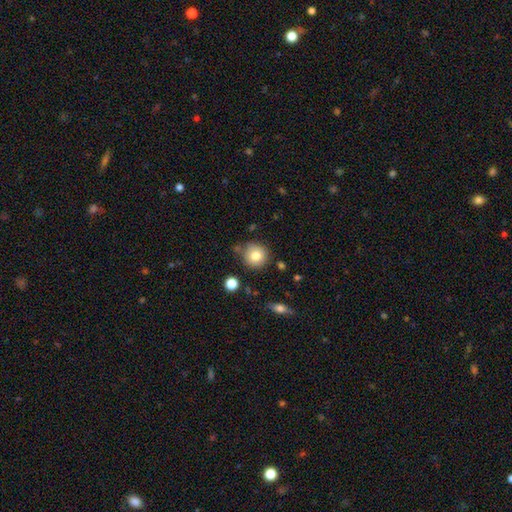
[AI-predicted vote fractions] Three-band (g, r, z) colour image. It shows a smooth galaxy with no disk features (79%) that is round (93%). Merging: none (78%).